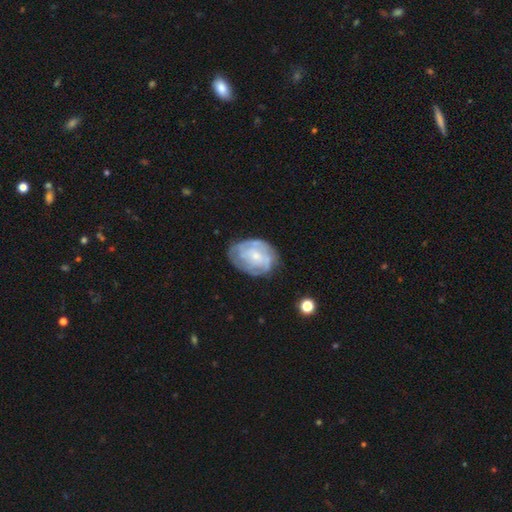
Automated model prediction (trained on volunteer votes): A featured or disk galaxy (69%) with no bar (70%), spiral arms (75%) and a small central bulge (65%).

Vote fractions:
- Smooth or featured? featured or disk: 69% / smooth: 25% / star or artifact: 7%
- Edge-on disk? no: 97% / yes: 3%
- Bar? no: 70% / weak: 25% / strong: 5%
- Spiral arms? yes: 75% / no: 25%
- Bulge size? small: 65% / moderate: 26% / none: 6% / large: 2% / dominant: 1%
- Merging? none: 66% / minor disturbance: 22% / major disturbance: 10% / merger: 2%